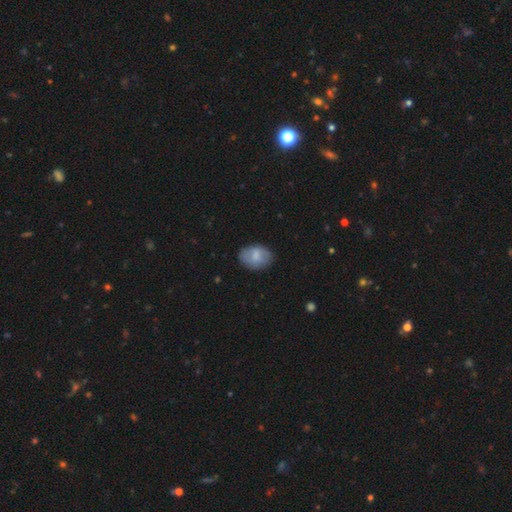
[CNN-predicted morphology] smooth 71%, featured or disk 22%, star or artifact 7%. Down the decision tree: how rounded — in between (79%); merging — none (78%).